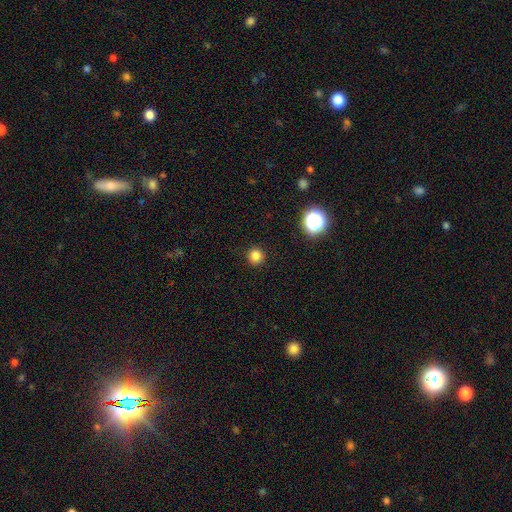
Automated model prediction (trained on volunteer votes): This appears to be a smooth galaxy with no disk features (82%) that is round (95%). Merging: none (92%).